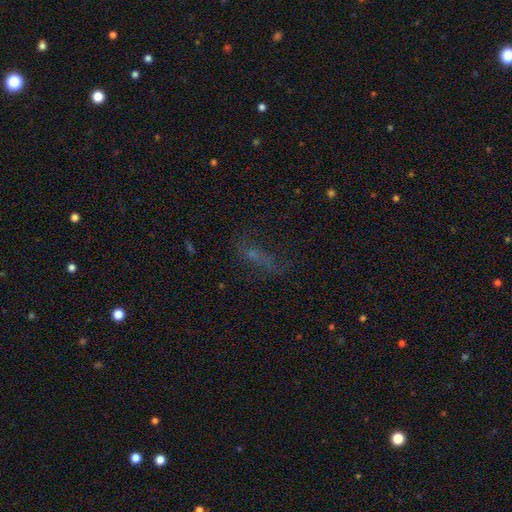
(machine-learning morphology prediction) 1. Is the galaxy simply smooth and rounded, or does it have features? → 38% smooth, 33% featured or disk, 29% star or artifact.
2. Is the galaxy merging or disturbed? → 49% none, 26% major disturbance, 22% minor disturbance, 4% merger.